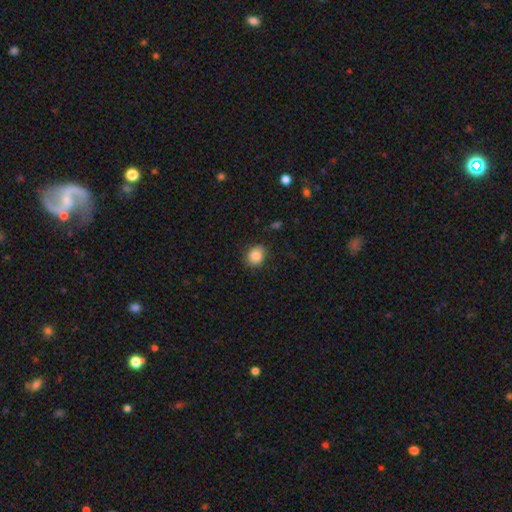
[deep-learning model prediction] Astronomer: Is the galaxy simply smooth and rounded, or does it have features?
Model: smooth — 86%.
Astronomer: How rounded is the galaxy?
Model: round — 64%.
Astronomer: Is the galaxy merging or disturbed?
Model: none — 83%.